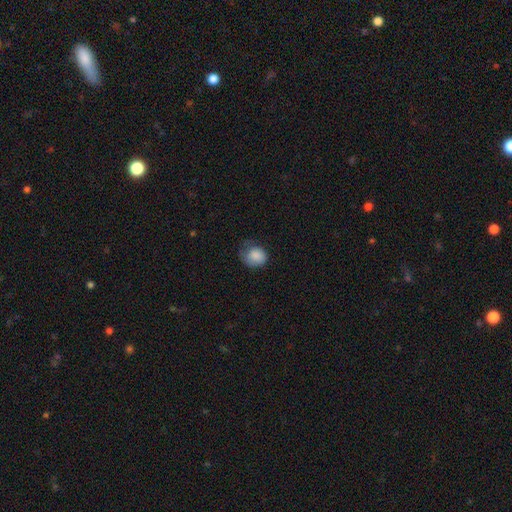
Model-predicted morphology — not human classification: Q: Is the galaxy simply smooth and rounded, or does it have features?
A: smooth — 83%.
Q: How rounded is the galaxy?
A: round — 60%.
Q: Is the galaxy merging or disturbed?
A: none — 42%.